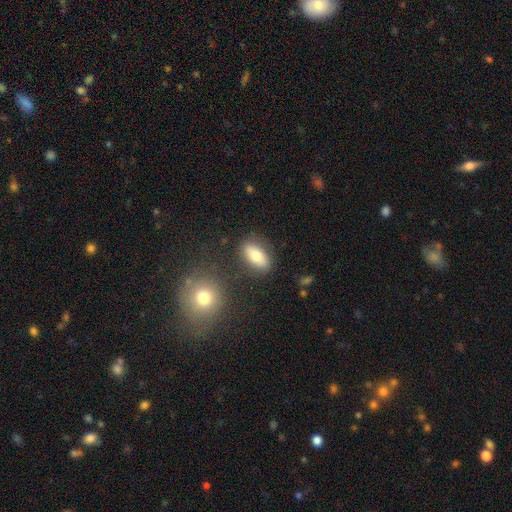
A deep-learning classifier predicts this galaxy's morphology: The model was most divided on "smooth or featured": smooth: 77%, featured or disk: 15%, star or artifact: 7%. More confident: how rounded — in between (85%); merging — none (81%).